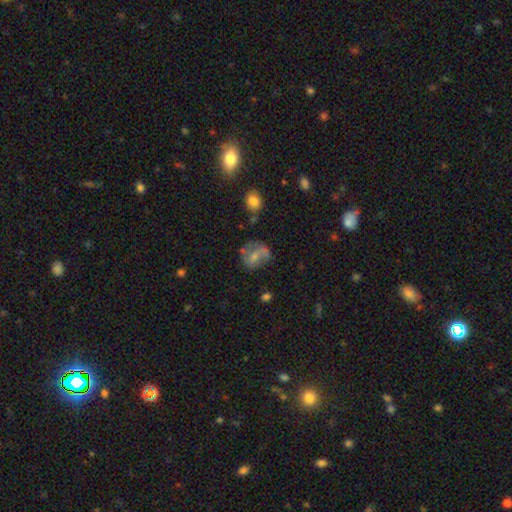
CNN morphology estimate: The model was most divided on "smooth or featured": featured or disk: 48%, smooth: 42%, star or artifact: 10%. More confident: merging — none (52%).